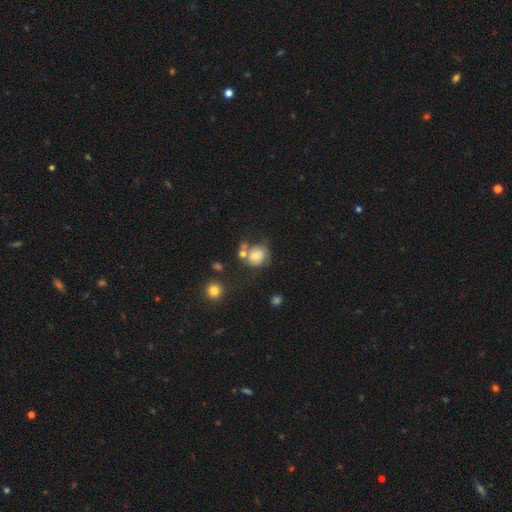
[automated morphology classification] A smooth galaxy with no disk features (57%) that is round (77%).

Vote fractions:
- Smooth or featured? smooth: 57% / featured or disk: 33% / star or artifact: 10%
- How rounded? round: 77% / in between: 22% / cigar-shaped: 1%
- Merging? none: 44% / merger: 22% / minor disturbance: 21% / major disturbance: 13%